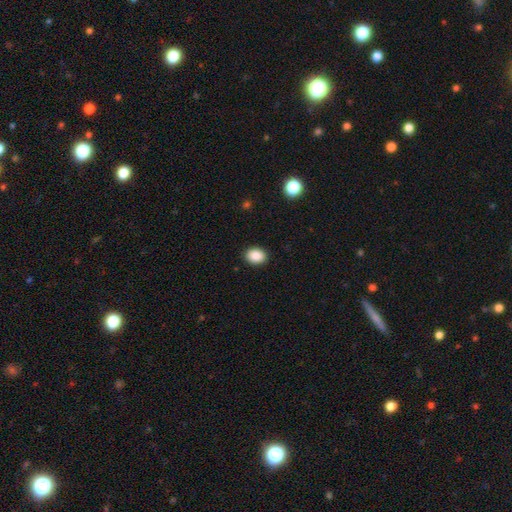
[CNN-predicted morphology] smooth-or-featured: smooth: 89% | star or artifact: 8% | featured or disk: 3%
  how-rounded: in between: 60% | round: 39% | cigar-shaped: 1%
  merging: none: 90% | minor disturbance: 7% | major disturbance: 2% | merger: 1%